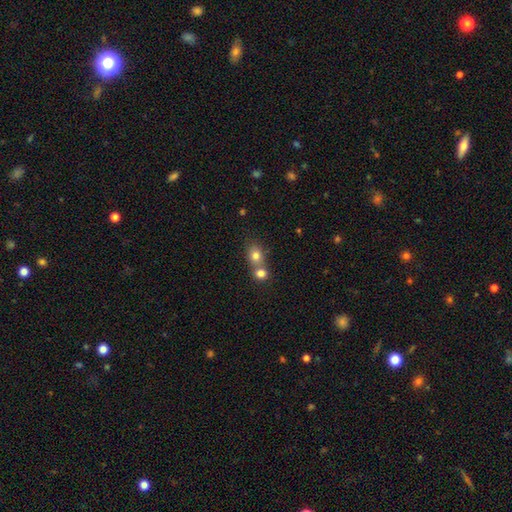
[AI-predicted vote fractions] Smooth or featured?
  - smooth: 77% *
  - star or artifact: 12%
  - featured or disk: 11%
How rounded?
  - round: 67% *
  - in between: 32%
  - cigar-shaped: 1%
Merging?
  - merger: 50% *
  - none: 41%
  - minor disturbance: 7%
  - major disturbance: 2%